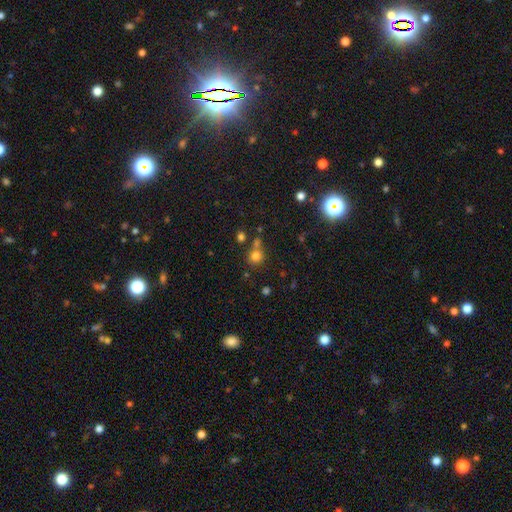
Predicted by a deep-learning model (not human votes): Morphology: type=smooth (76%); roundness=round (89%); merging=none (65%).